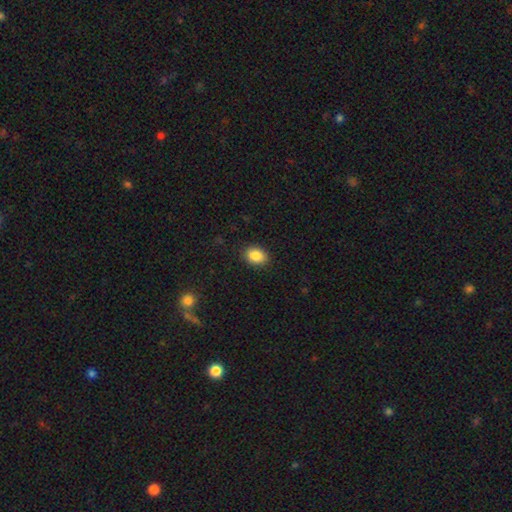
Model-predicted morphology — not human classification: Overall: smooth (87%). How rounded: in between (67%; round 32%). Merging: none (88%).